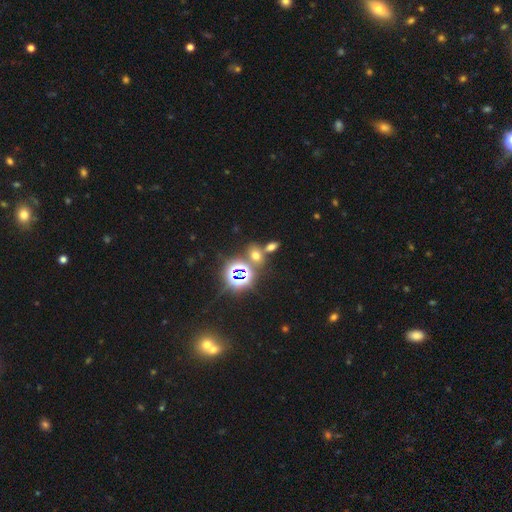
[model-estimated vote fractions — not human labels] Smooth or featured?
  - smooth: 48% *
  - star or artifact: 42%
  - featured or disk: 11%
Merging?
  - none: 60% *
  - merger: 27%
  - minor disturbance: 9%
  - major disturbance: 4%